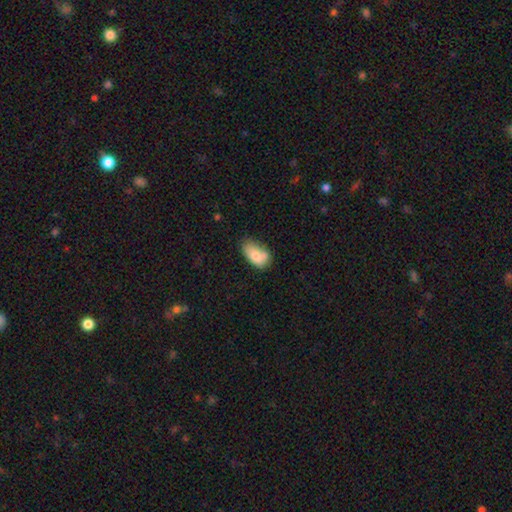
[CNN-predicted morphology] smooth_or_featured: smooth (p=0.75) [alt: featured or disk p=0.18]
how_rounded: in between (p=0.91) [alt: round p=0.06]
merging: none (p=0.45) [alt: minor disturbance p=0.27]